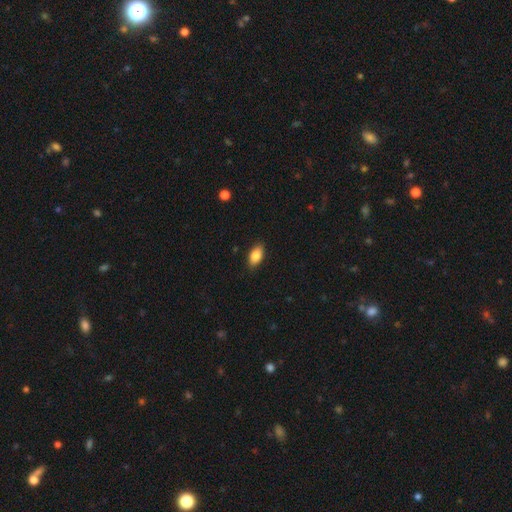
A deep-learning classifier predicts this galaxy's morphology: type=smooth (84%); roundness=in between (91%); merging=none (88%).